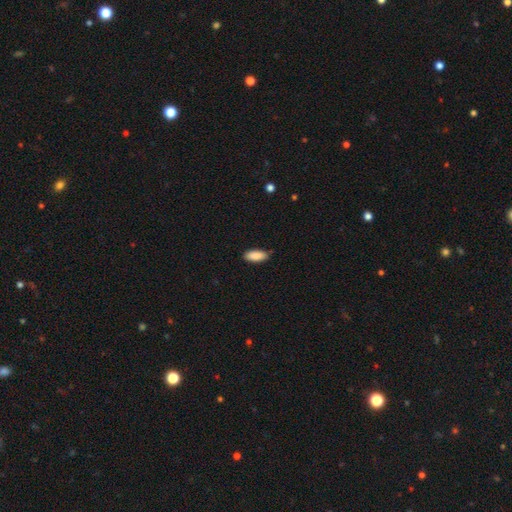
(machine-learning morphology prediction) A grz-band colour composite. It shows a smooth galaxy with no disk features (89%) that is in between round and cigar-shaped (83%). Merging: none (86%).